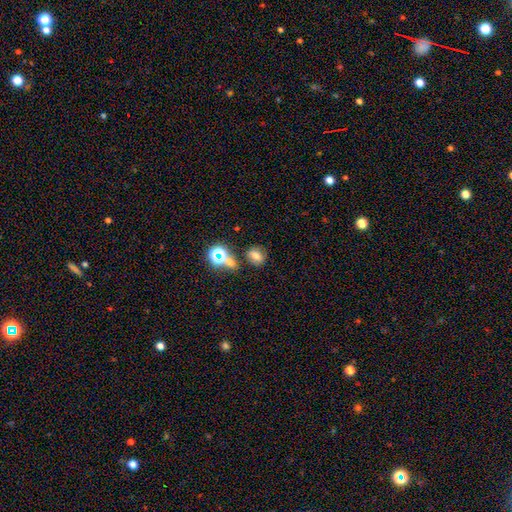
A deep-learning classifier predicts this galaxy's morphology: Q: Smooth or featured?
A: smooth (60%); runner-up: star or artifact (23%)
Q: How rounded?
A: round (51%); runner-up: in between (48%)
Q: Merging?
A: none (67%); runner-up: minor disturbance (15%)